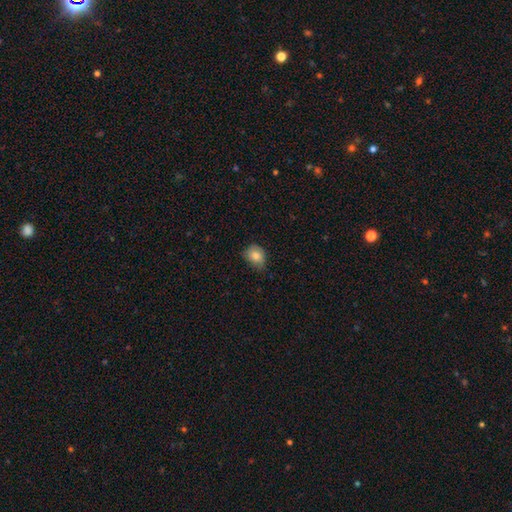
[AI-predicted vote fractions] smooth_or_featured: smooth (p=0.83) [alt: star or artifact p=0.09]
how_rounded: in between (p=0.52) [alt: round p=0.47]
merging: none (p=0.60) [alt: minor disturbance p=0.33]